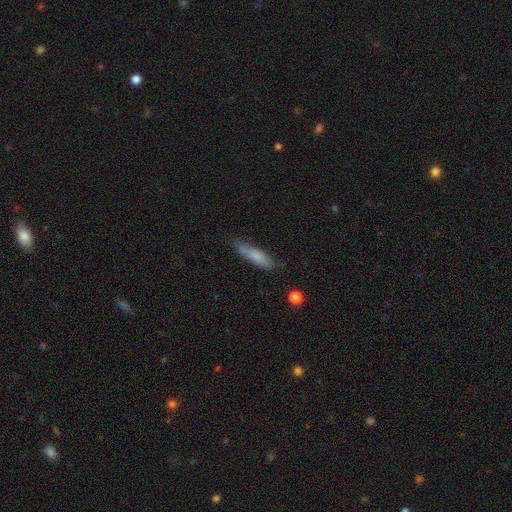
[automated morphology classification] type=smooth (76%); roundness=cigar-shaped (77%); merging=none (71%).